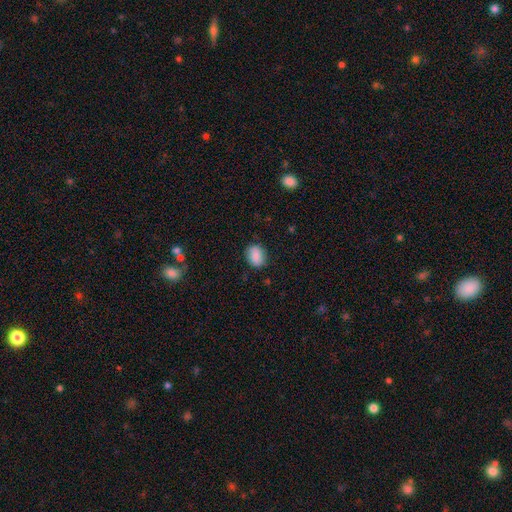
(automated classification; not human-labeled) smooth-or-featured: smooth: 86% | star or artifact: 8% | featured or disk: 6%
  how-rounded: in between: 59% | round: 40% | cigar-shaped: 1%
  merging: none: 82% | minor disturbance: 14% | major disturbance: 3% | merger: 1%